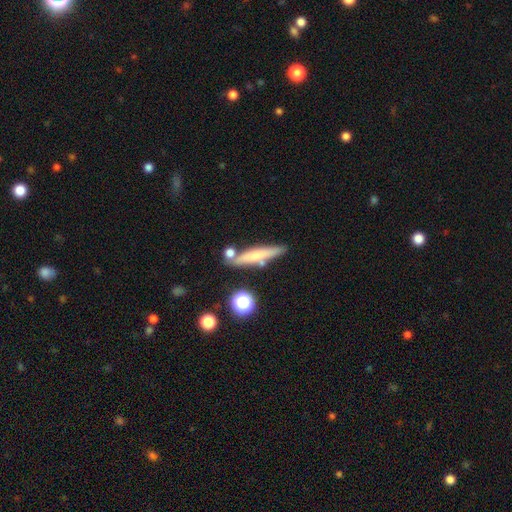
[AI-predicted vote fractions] smooth-or-featured: smooth: 55% | featured or disk: 36% | star or artifact: 9%
  how-rounded: cigar-shaped: 86% | in between: 10% | round: 3%
  merging: none: 72% | minor disturbance: 13% | merger: 11% | major disturbance: 4%